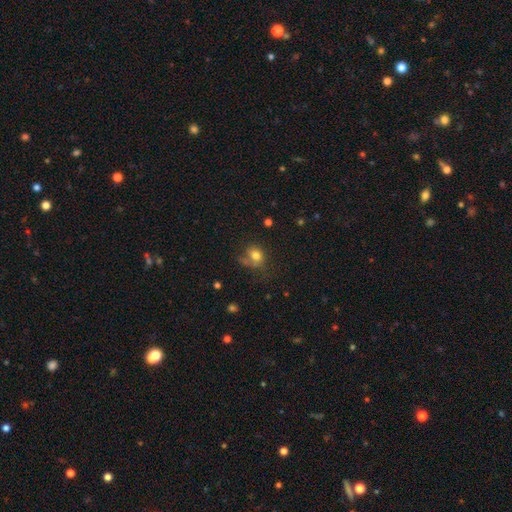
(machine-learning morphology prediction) smooth_or_featured: smooth (p=0.73) [alt: featured or disk p=0.15]
how_rounded: round (p=0.59) [alt: in between p=0.39]
merging: none (p=0.49) [alt: minor disturbance p=0.24]